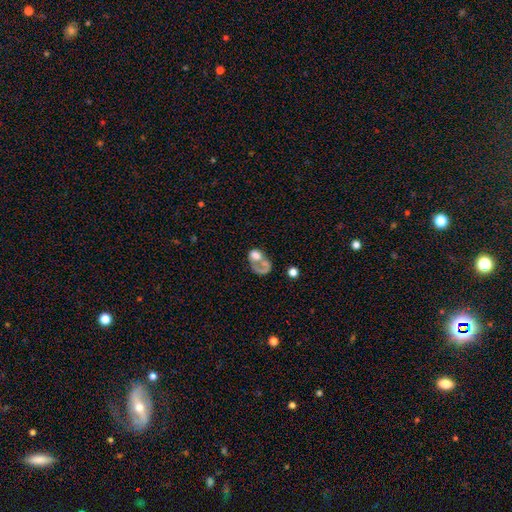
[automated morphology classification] A smooth galaxy with no disk features (48%). Merging: major disturbance (33%).